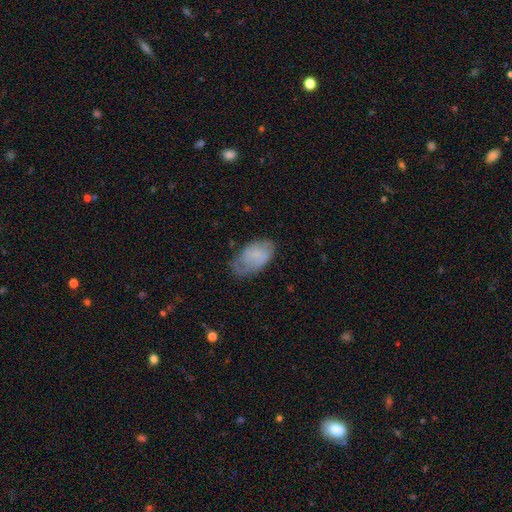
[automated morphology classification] Smooth or featured? smooth (59%)
How rounded? in between (93%)
Merging? none (53%)